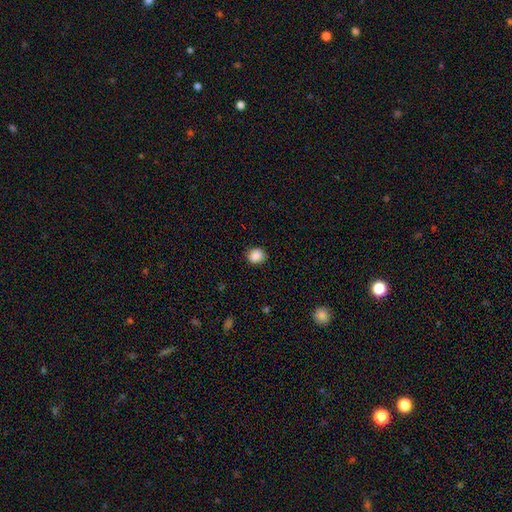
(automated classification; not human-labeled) A smooth galaxy with no disk features (88%) that is round (76%).

Vote fractions:
- Smooth or featured? smooth: 88% / star or artifact: 9% / featured or disk: 3%
- How rounded? round: 76% / in between: 23% / cigar-shaped: 1%
- Merging? none: 86% / minor disturbance: 10% / major disturbance: 2% / merger: 1%